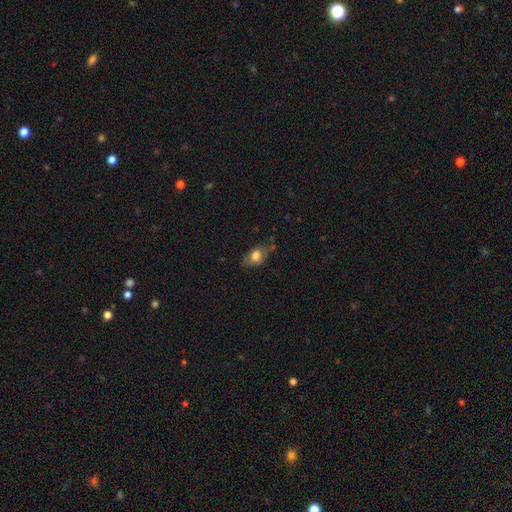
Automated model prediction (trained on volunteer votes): smooth-or-featured: smooth: 72% | featured or disk: 20% | star or artifact: 8%
  how-rounded: in between: 80% | round: 17% | cigar-shaped: 3%
  merging: none: 59% | minor disturbance: 29% | major disturbance: 8% | merger: 4%